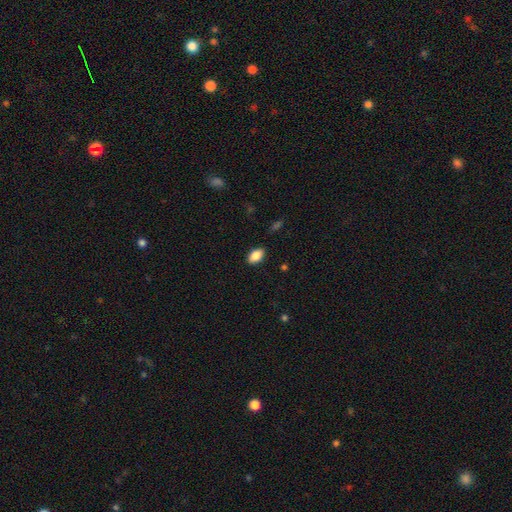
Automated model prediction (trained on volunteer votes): smooth 85%, star or artifact 8%, featured or disk 7%. Down the decision tree: how rounded — in between (91%); merging — none (88%).